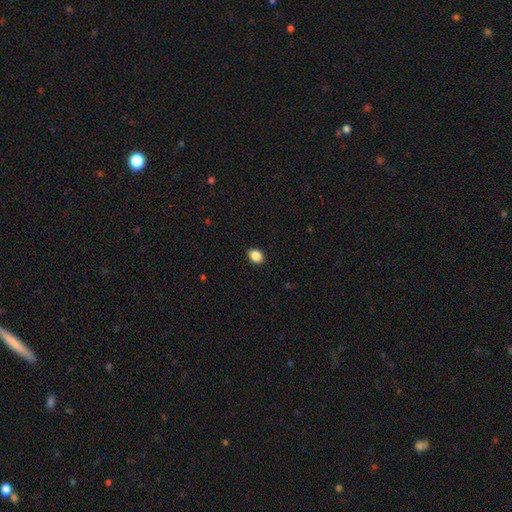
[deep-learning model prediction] Morphology: type=smooth (88%); roundness=in between (58%); merging=none (91%).